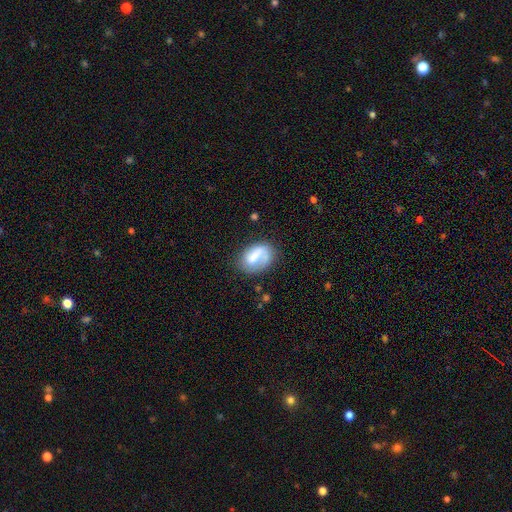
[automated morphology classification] Smooth or featured? smooth (57%)
How rounded? in between (79%)
Merging? none (52%)